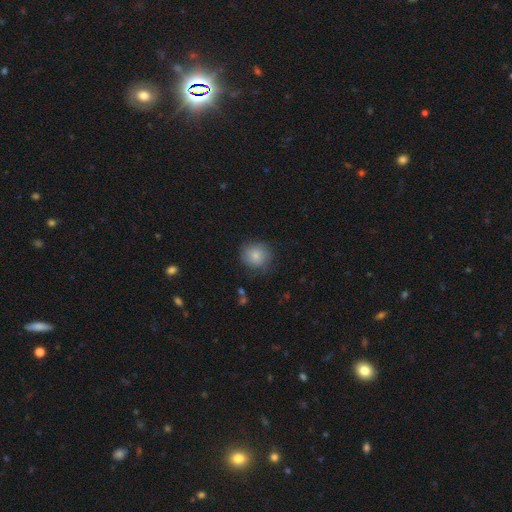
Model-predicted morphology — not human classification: A smooth galaxy with no disk features (82%) that is round (88%). Merging: none (77%).